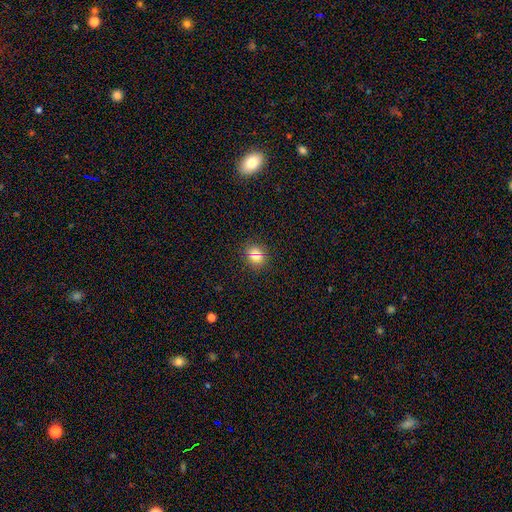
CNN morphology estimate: smooth_or_featured: smooth (p=0.75) [alt: star or artifact p=0.16]
how_rounded: round (p=0.71) [alt: in between p=0.27]
merging: none (p=0.84) [alt: minor disturbance p=0.10]